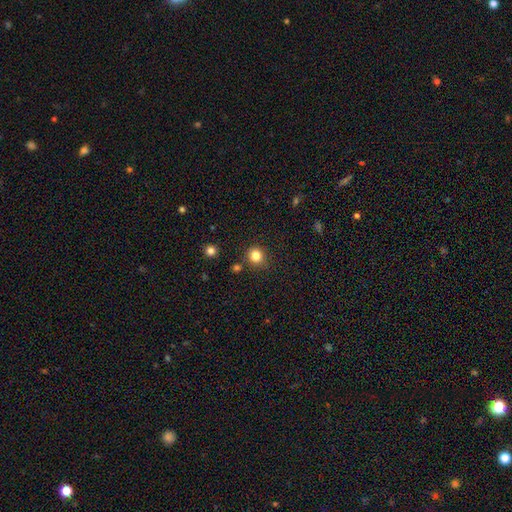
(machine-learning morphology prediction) smooth-or-featured: smooth: 82% | star or artifact: 13% | featured or disk: 5%
  how-rounded: round: 88% | in between: 11% | cigar-shaped: 1%
  merging: none: 85% | minor disturbance: 9% | merger: 4% | major disturbance: 2%